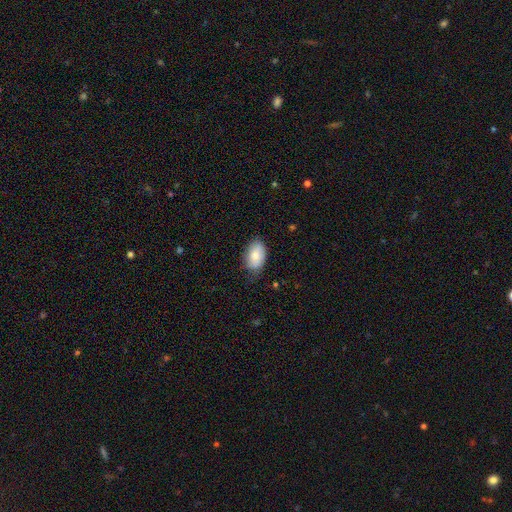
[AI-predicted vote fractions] This is likely a smooth galaxy (79%). How rounded: clearly in between (92%). Merging: likely none (74%).